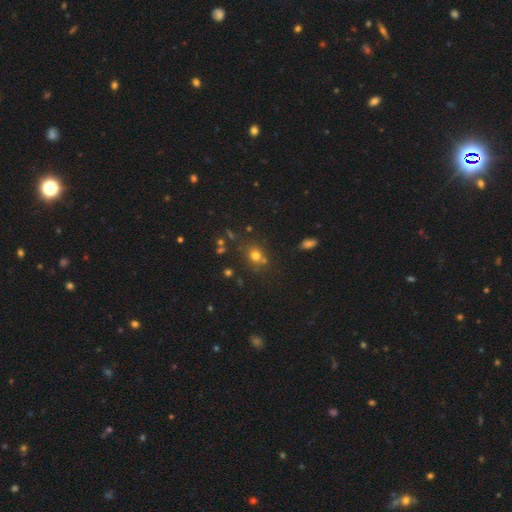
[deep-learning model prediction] This appears to be a smooth galaxy with no disk features (71%) that is round (70%). Merging: none (69%).